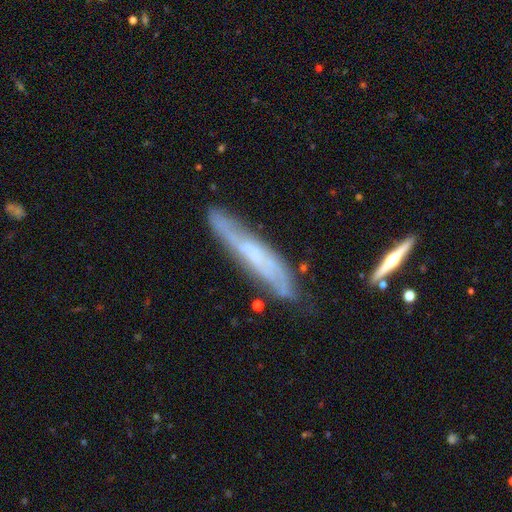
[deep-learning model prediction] Smooth or featured? featured or disk (61%)
Edge-on disk? yes (63%)
Merging? none (68%)